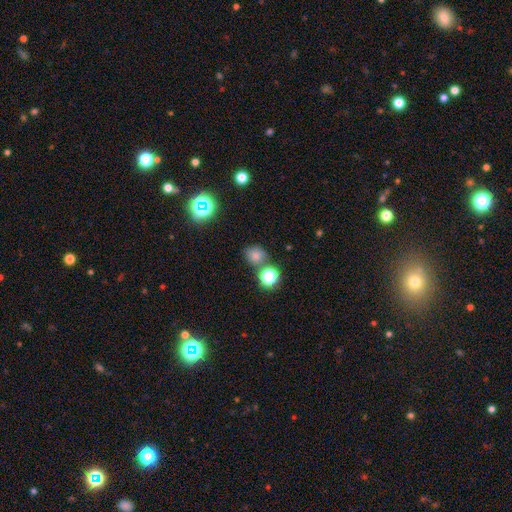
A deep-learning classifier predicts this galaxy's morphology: smooth 72%, star or artifact 21%, featured or disk 7%. Down the decision tree: how rounded — round (74%); merging — none (69%).